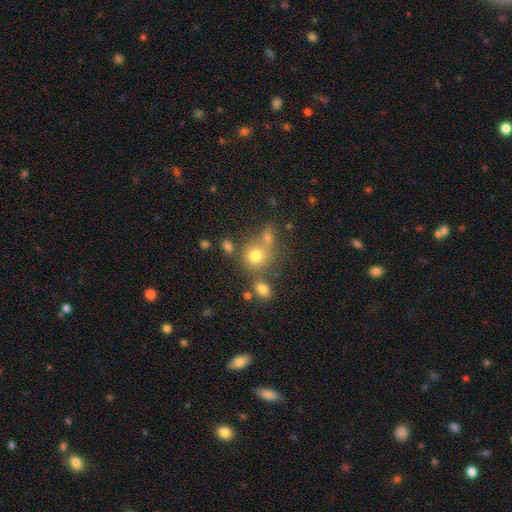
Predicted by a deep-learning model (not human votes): Smooth or featured? smooth (75%)
How rounded? round (78%)
Merging? none (52%)